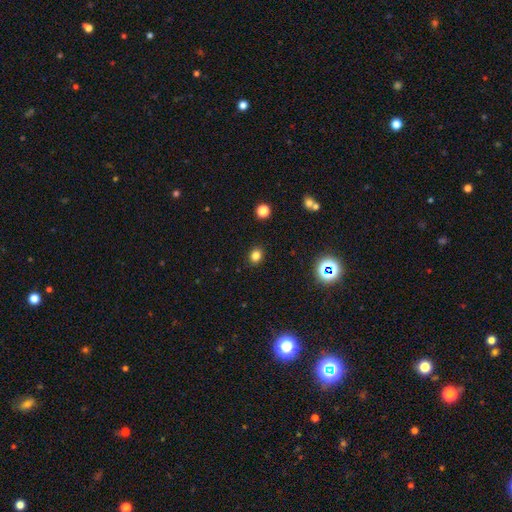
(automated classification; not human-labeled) Smooth or featured? Predicted: smooth (p=0.80). How rounded? Predicted: round (p=0.59). Merging? Predicted: none (p=0.90).